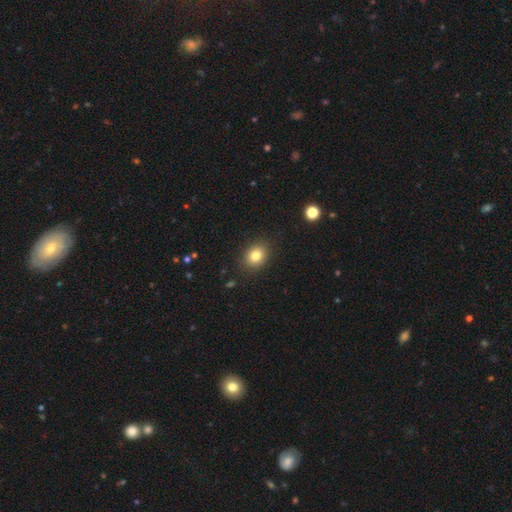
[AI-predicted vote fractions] smooth_or_featured: smooth (p=0.81) [alt: star or artifact p=0.11]
how_rounded: round (p=0.56) [alt: in between p=0.43]
merging: none (p=0.88) [alt: minor disturbance p=0.09]